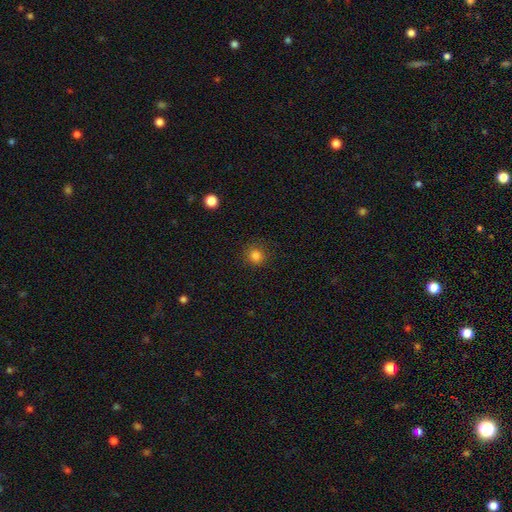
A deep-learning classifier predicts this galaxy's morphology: Overall: smooth (84%). How rounded: round (92%). Merging: none (88%).